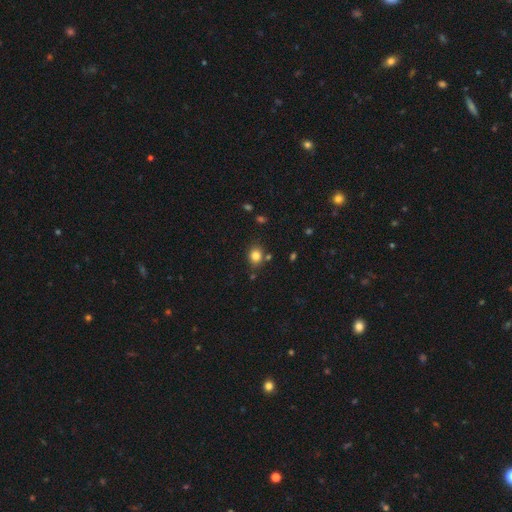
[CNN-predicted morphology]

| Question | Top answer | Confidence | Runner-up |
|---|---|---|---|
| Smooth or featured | smooth | 82% | star or artifact (12%) |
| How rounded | round | 62% | in between (37%) |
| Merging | none | 78% | minor disturbance (12%) |